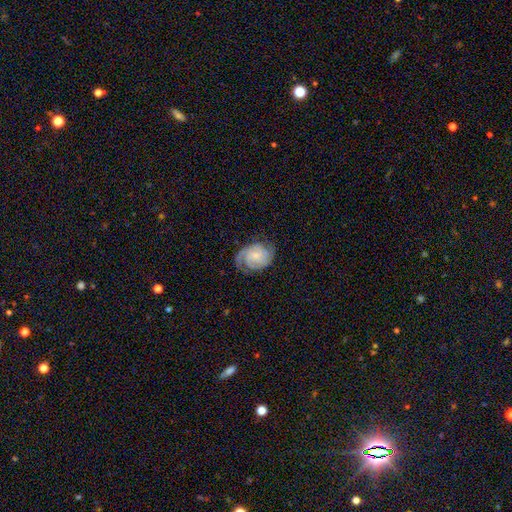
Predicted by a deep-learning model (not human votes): This is clearly a featured or disk galaxy (81%). It is clearly not viewed edge-on (98%). Bar: likely no (65%). Spiral arm pattern: clearly yes (97%). Spiral arm count: marginally 2 (44%). Spiral winding: possibly tight (57%). Central bulge: likely small (61%). Merging: likely none (72%).